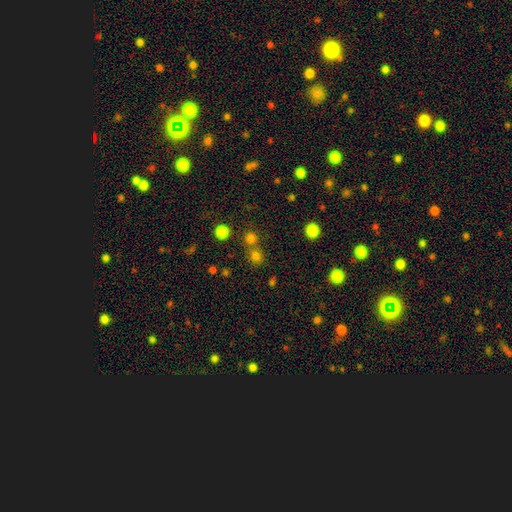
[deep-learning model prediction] Morphology: type=smooth (71%); roundness=round (86%); merging=none (64%).